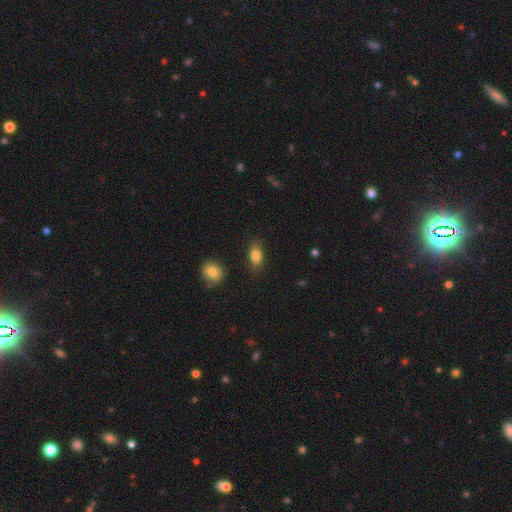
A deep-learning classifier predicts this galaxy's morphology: This appears to be a smooth galaxy with no disk features (83%) that is in between round and cigar-shaped (85%). Merging: none (83%).